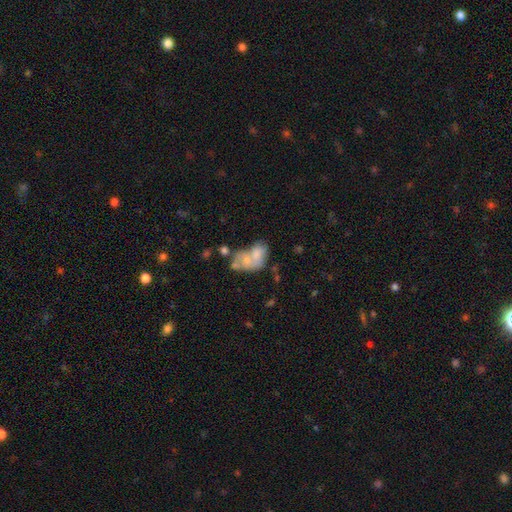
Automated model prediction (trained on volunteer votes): A smooth galaxy with no disk features (56%) that is in between round and cigar-shaped (83%).

Vote fractions:
- Smooth or featured? smooth: 56% / featured or disk: 36% / star or artifact: 9%
- How rounded? in between: 83% / round: 16% / cigar-shaped: 2%
- Merging? merger: 57% / none: 18% / minor disturbance: 12% / major disturbance: 12%